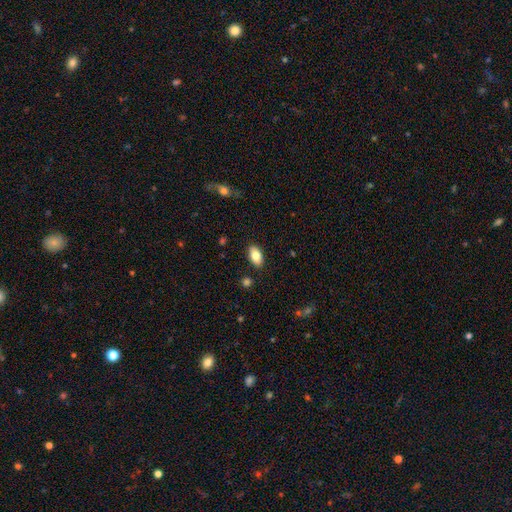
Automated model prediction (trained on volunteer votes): A smooth galaxy with no disk features (82%) that is in between round and cigar-shaped (93%).

Vote fractions:
- Smooth or featured? smooth: 82% / featured or disk: 11% / star or artifact: 7%
- How rounded? in between: 93% / round: 4% / cigar-shaped: 3%
- Merging? none: 88% / minor disturbance: 9% / major disturbance: 2% / merger: 2%